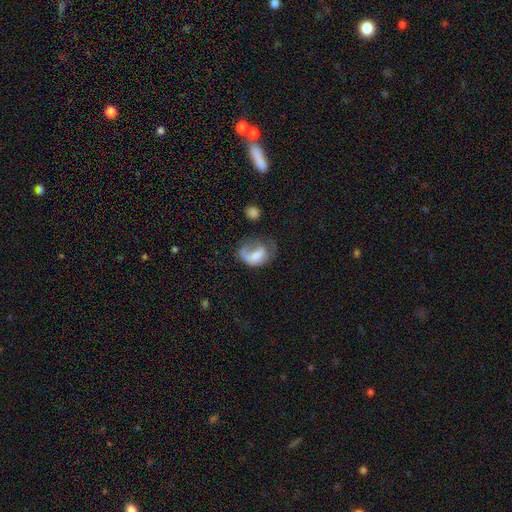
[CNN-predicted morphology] smooth 47%, featured or disk 44%, star or artifact 8%. Down the decision tree: merging — major disturbance (47%).